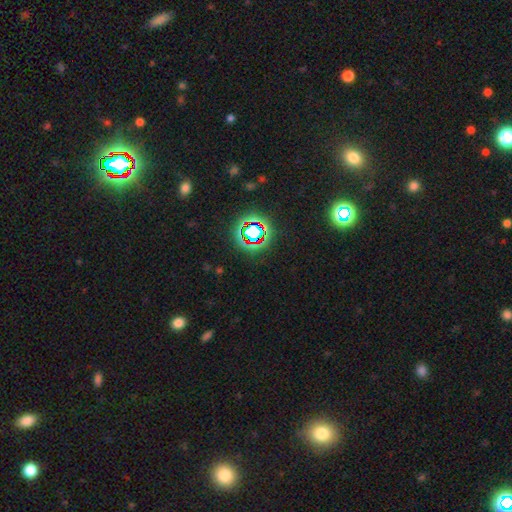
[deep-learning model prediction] Q: Smooth or featured?
A: star or artifact (75%); runner-up: smooth (15%)